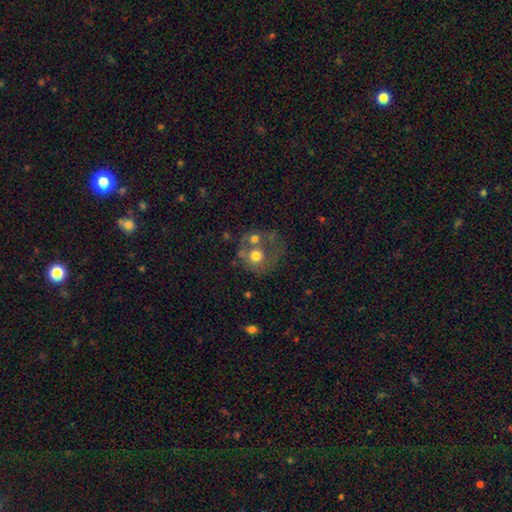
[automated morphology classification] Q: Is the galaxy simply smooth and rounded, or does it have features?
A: smooth — 55%.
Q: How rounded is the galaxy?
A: round — 78%.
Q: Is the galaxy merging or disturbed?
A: merger — 40%.